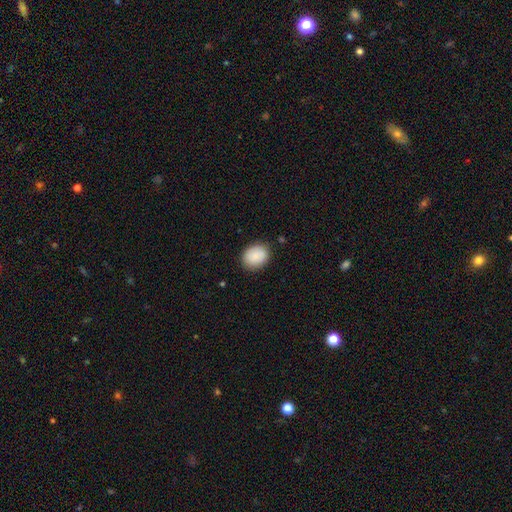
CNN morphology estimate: A smooth galaxy with no disk features (87%) that is in between round and cigar-shaped (53%). Merging: none (84%).